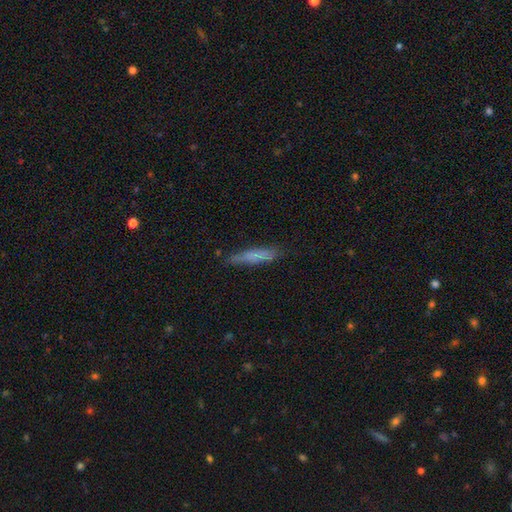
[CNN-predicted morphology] The model was most divided on "smooth or featured": smooth: 69%, featured or disk: 23%, star or artifact: 7%. More confident: how rounded — cigar-shaped (90%); merging — none (75%).